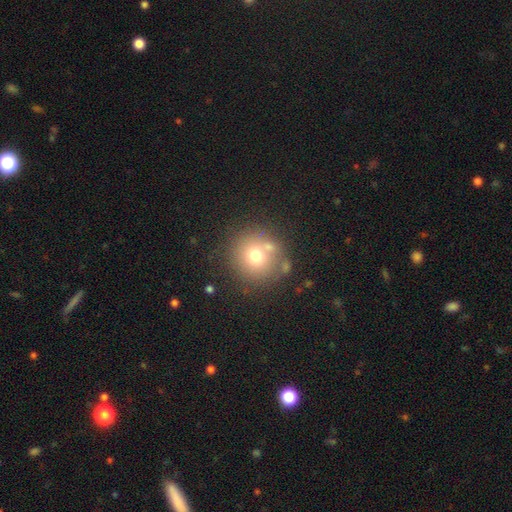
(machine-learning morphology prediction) smooth 70%, featured or disk 15%, star or artifact 15%. Down the decision tree: how rounded — round (92%); merging — none (72%).